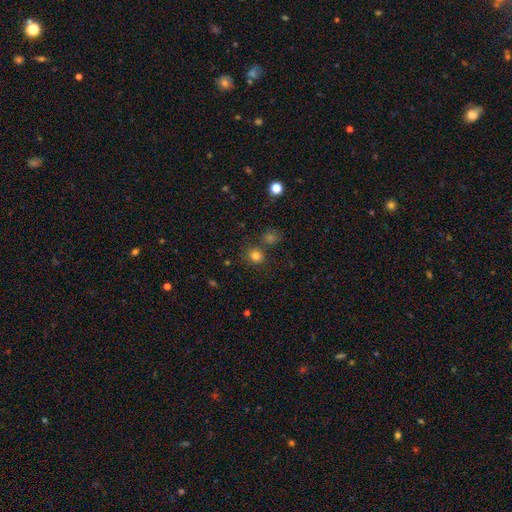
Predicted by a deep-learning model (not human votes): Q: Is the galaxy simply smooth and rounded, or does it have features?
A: smooth — 80%.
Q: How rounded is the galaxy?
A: round — 86%.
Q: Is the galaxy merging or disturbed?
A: none — 77%.